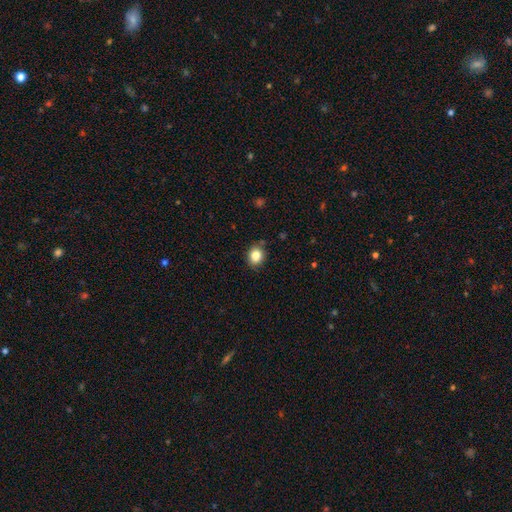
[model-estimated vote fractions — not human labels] The model was most divided on "how rounded": round: 62%, in between: 37%, cigar-shaped: 1%. More confident: merging — none (85%); smooth or featured — smooth (83%).